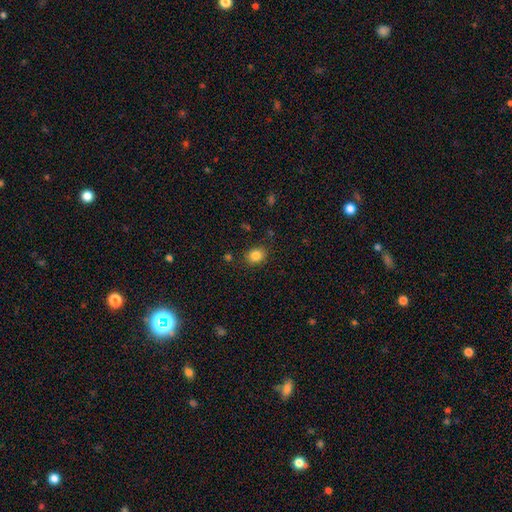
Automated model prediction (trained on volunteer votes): Q: Smooth or featured?
A: smooth (84%); runner-up: star or artifact (11%)
Q: How rounded?
A: round (55%); runner-up: in between (45%)
Q: Merging?
A: none (83%); runner-up: minor disturbance (11%)